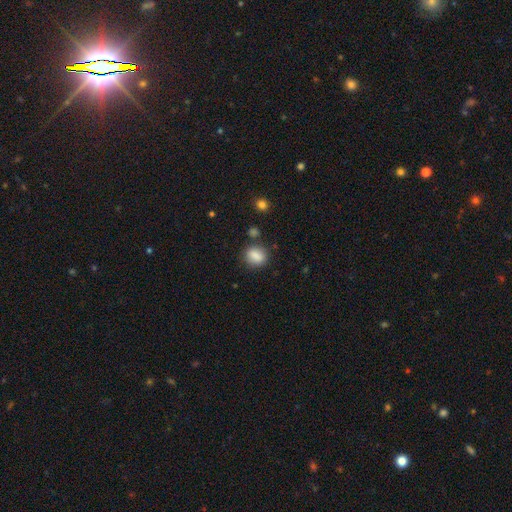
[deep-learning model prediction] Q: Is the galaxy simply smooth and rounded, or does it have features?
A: smooth — 85%.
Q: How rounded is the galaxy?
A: in between — 51%.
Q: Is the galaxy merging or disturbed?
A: none — 77%.